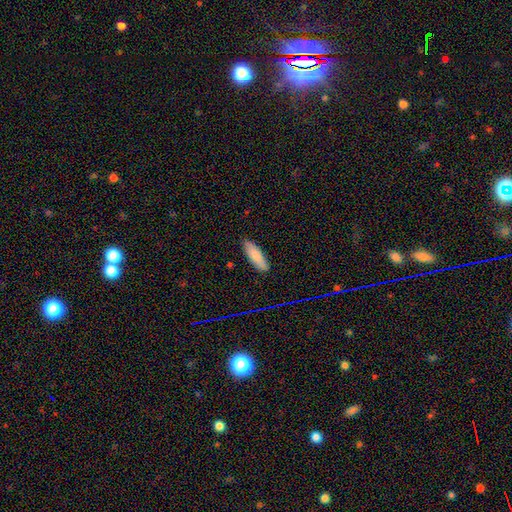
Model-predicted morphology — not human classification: smooth-or-featured: smooth: 85% | featured or disk: 9% | star or artifact: 6%
  how-rounded: in between: 52% | cigar-shaped: 47% | round: 2%
  merging: none: 87% | minor disturbance: 10% | major disturbance: 2% | merger: 1%